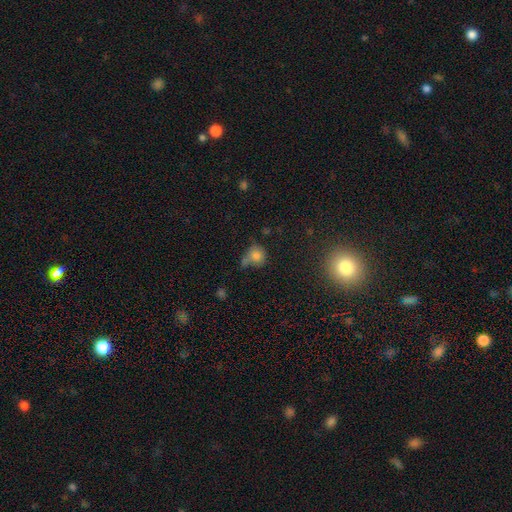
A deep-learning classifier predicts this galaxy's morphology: A smooth galaxy with no disk features (76%) that is round (77%). Merging: none (44%).